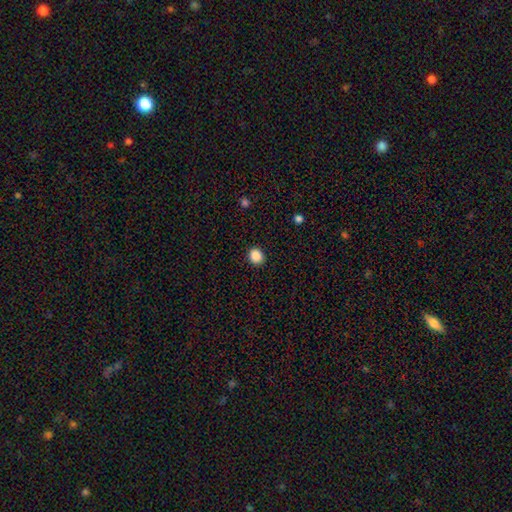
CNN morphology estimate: The model was most divided on "how rounded": round: 72%, in between: 28%, cigar-shaped: 1%. More confident: merging — none (91%); smooth or featured — smooth (88%).